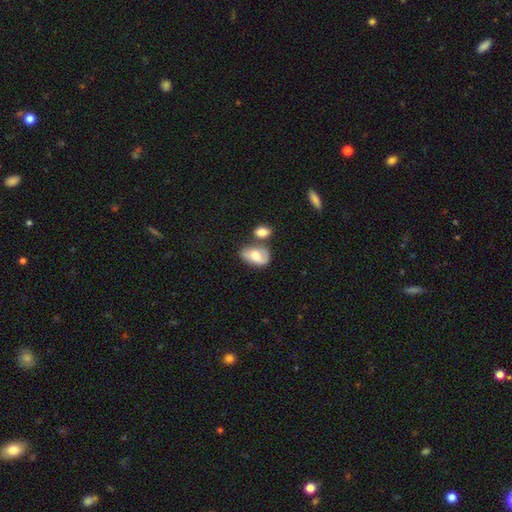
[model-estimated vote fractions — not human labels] This is likely a smooth galaxy (61%). How rounded: clearly in between (89%). Merging: marginally none (40%).